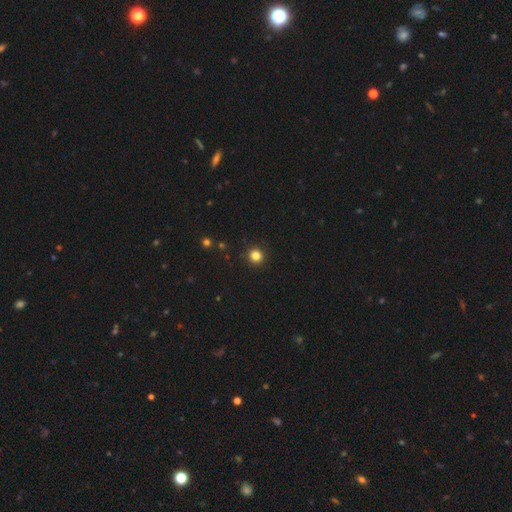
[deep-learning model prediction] smooth 83%, star or artifact 13%, featured or disk 4%. Down the decision tree: how rounded — round (94%); merging — none (93%).